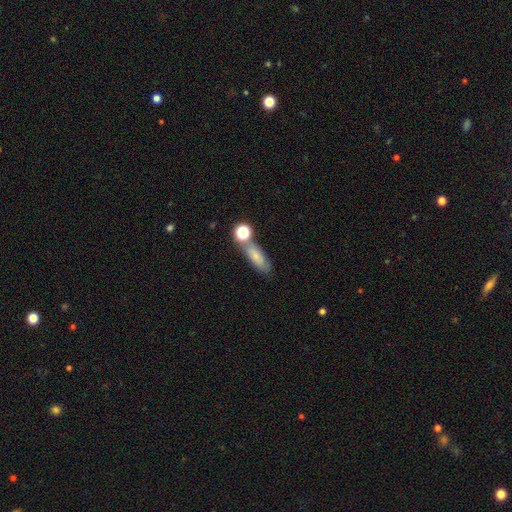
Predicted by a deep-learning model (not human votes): Overall: smooth (67%). How rounded: in between (60%; cigar-shaped 31%). Merging: none (56%; merger 21%).